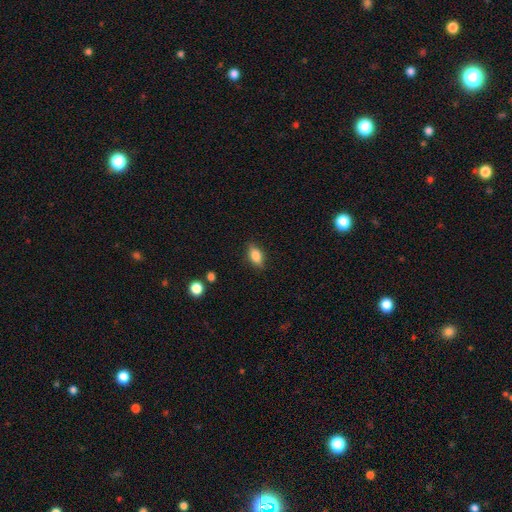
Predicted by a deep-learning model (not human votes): A smooth galaxy with no disk features (78%) that is in between round and cigar-shaped (84%).

Vote fractions:
- Smooth or featured? smooth: 78% / featured or disk: 14% / star or artifact: 8%
- How rounded? in between: 84% / round: 8% / cigar-shaped: 8%
- Merging? none: 85% / minor disturbance: 11% / major disturbance: 2% / merger: 1%